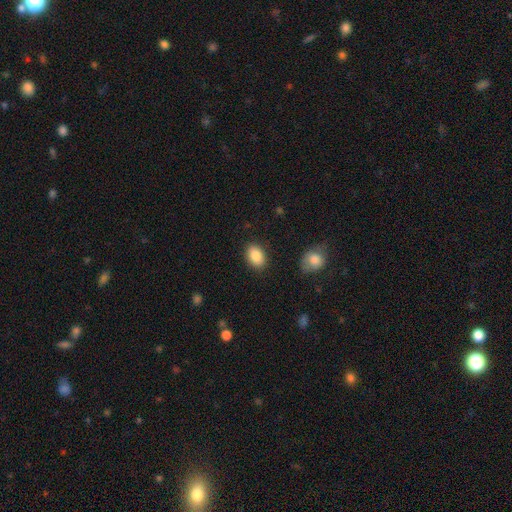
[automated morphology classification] A smooth galaxy with no disk features (86%) that is in between round and cigar-shaped (84%).

Vote fractions:
- Smooth or featured? smooth: 86% / star or artifact: 8% / featured or disk: 6%
- How rounded? in between: 84% / round: 15% / cigar-shaped: 1%
- Merging? none: 86% / minor disturbance: 9% / major disturbance: 3% / merger: 2%